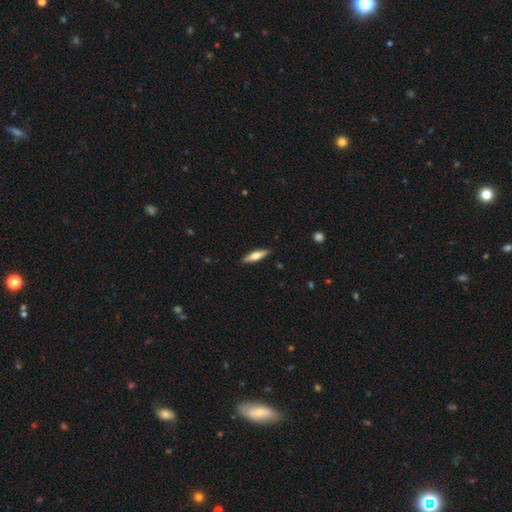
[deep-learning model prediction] smooth_or_featured: smooth (p=0.58) [alt: featured or disk p=0.37]
how_rounded: cigar-shaped (p=0.65) [alt: in between p=0.33]
merging: none (p=0.90) [alt: minor disturbance p=0.08]